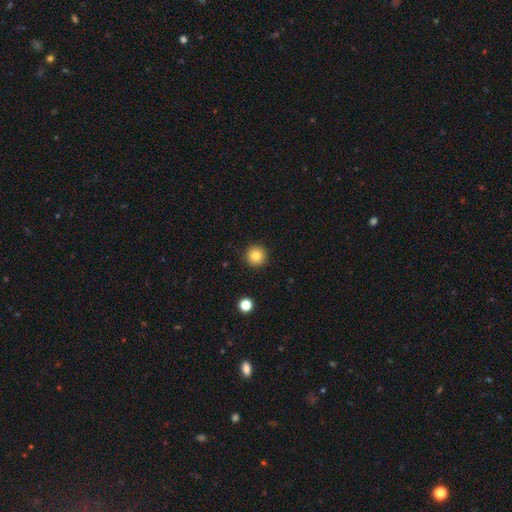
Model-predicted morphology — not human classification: smooth 83%, star or artifact 11%, featured or disk 7%. Down the decision tree: how rounded — round (96%); merging — none (92%).